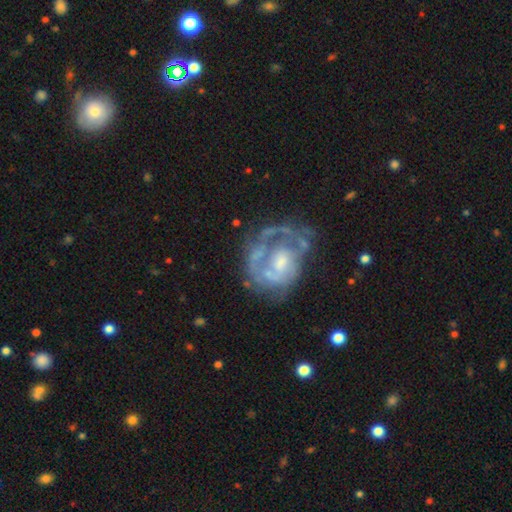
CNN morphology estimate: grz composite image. It shows a featured or disk galaxy (74%) with no bar (71%), spiral arms (50%, tied with no) and a moderate central bulge (44%). Merging: none (43%).